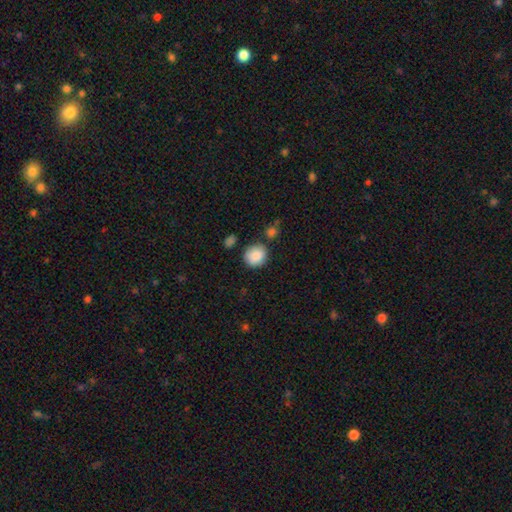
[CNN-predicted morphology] A smooth galaxy with no disk features (87%) that is round (75%).

Vote fractions:
- Smooth or featured? smooth: 87% / star or artifact: 8% / featured or disk: 5%
- How rounded? round: 75% / in between: 25% / cigar-shaped: 1%
- Merging? none: 75% / minor disturbance: 15% / merger: 6% / major disturbance: 4%